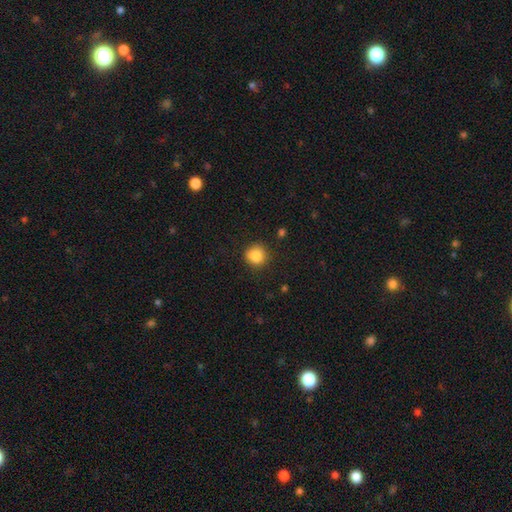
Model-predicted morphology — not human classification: Overall: smooth (86%). How rounded: round (92%). Merging: none (88%).